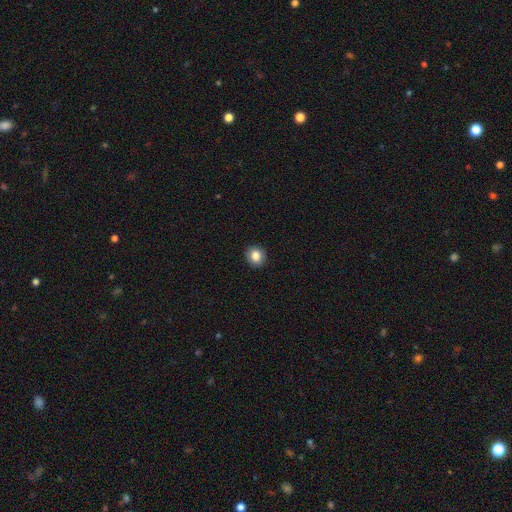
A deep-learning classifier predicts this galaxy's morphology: smooth_or_featured: smooth (p=0.83) [alt: star or artifact p=0.09]
how_rounded: round (p=0.78) [alt: in between p=0.21]
merging: none (p=0.91) [alt: minor disturbance p=0.06]